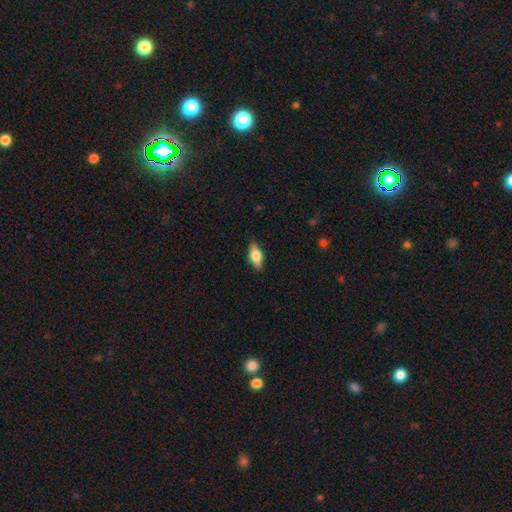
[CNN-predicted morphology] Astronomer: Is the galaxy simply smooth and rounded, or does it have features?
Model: smooth — 57% (runner-up: featured or disk, 36%).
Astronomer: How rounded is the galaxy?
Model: in between — 78%.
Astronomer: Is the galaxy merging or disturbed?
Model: none — 84%.